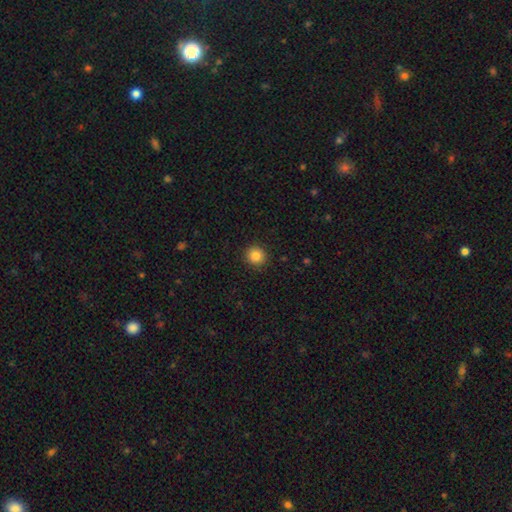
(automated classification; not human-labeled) Overall: smooth (85%). How rounded: round (93%). Merging: none (92%).